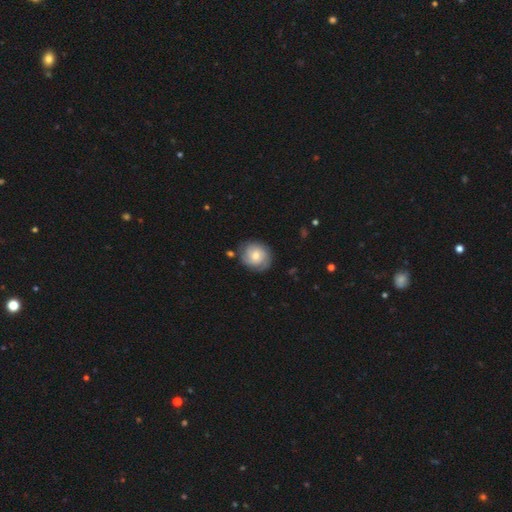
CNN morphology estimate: Q: Smooth or featured?
A: featured or disk (51%); runner-up: smooth (42%)
Q: Edge-on disk?
A: no (97%); runner-up: yes (3%)
Q: Merging?
A: none (75%); runner-up: minor disturbance (17%)